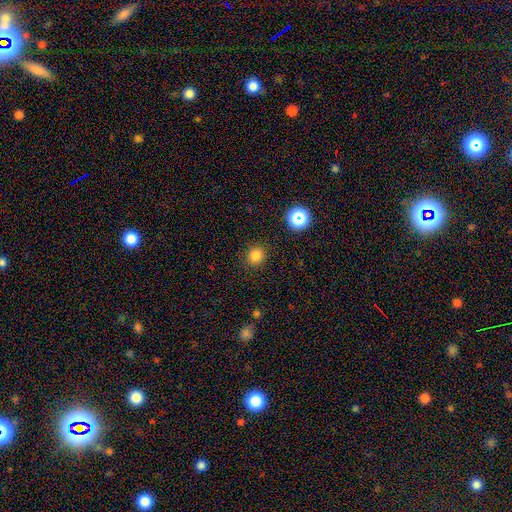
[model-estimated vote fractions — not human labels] Smooth or featured: smooth — 81% (star or artifact — 15%)
How rounded: round — 83% (in between — 16%)
Merging: none — 89% (minor disturbance — 7%)